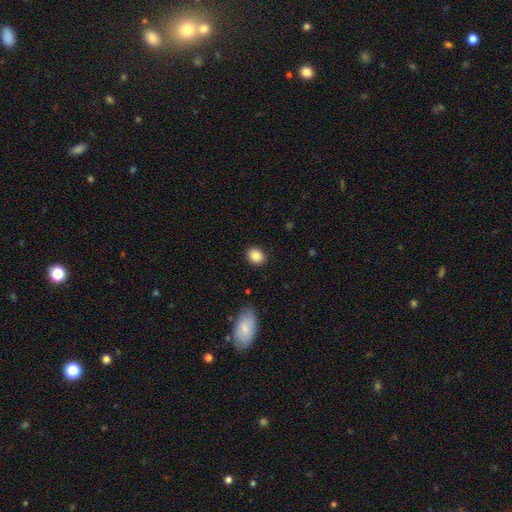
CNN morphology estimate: smooth 86%, star or artifact 9%, featured or disk 5%. Down the decision tree: how rounded — round (59%); merging — none (88%).